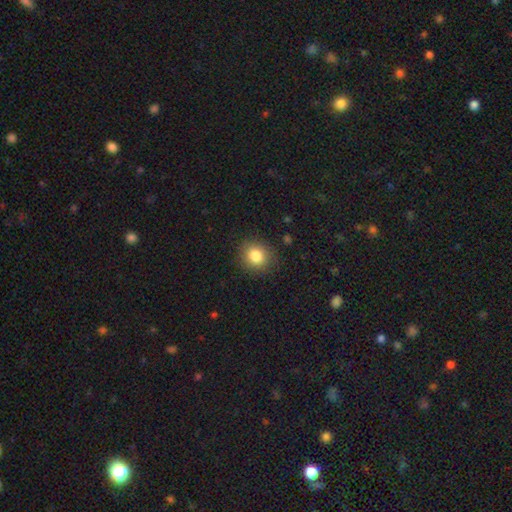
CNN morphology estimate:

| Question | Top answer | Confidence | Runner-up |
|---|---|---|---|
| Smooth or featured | smooth | 83% | star or artifact (10%) |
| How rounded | round | 76% | in between (23%) |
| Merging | none | 87% | minor disturbance (9%) |